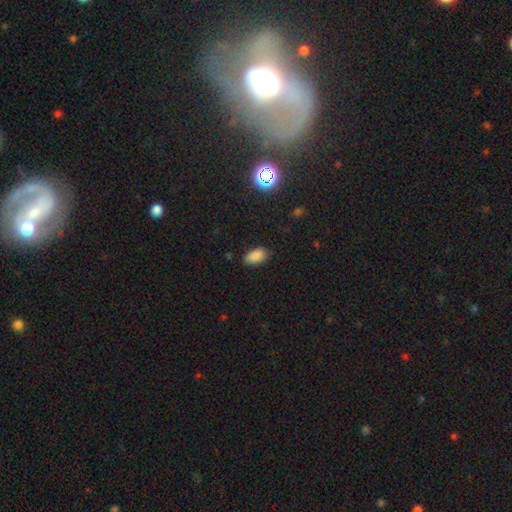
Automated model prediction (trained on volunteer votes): smooth_or_featured: smooth (p=0.86) [alt: star or artifact p=0.10]
how_rounded: in between (p=0.92) [alt: round p=0.05]
merging: none (p=0.79) [alt: minor disturbance p=0.16]